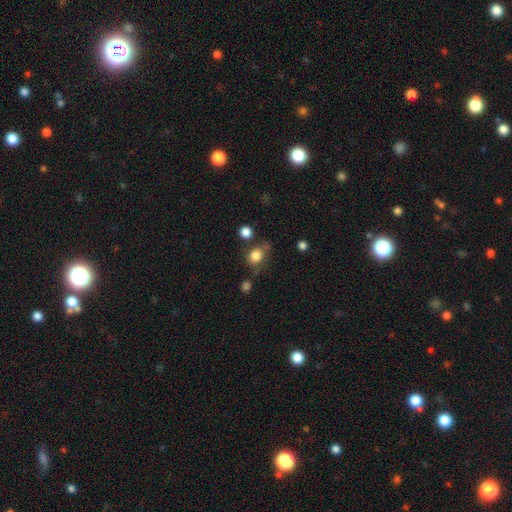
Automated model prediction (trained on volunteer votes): A smooth galaxy with no disk features (82%) that is round (65%).

Vote fractions:
- Smooth or featured? smooth: 82% / star or artifact: 11% / featured or disk: 7%
- How rounded? round: 65% / in between: 34% / cigar-shaped: 1%
- Merging? none: 64% / minor disturbance: 19% / merger: 10% / major disturbance: 8%